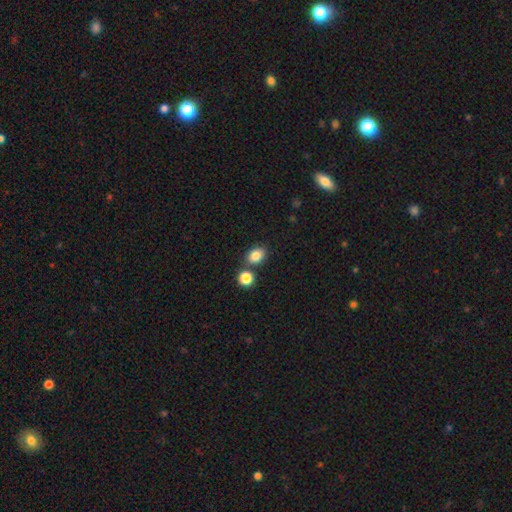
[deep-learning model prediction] smooth 84%, star or artifact 11%, featured or disk 6%. Down the decision tree: how rounded — in between (63%); merging — none (71%).